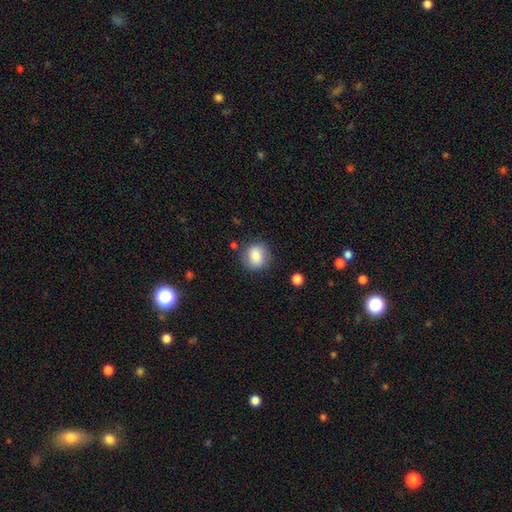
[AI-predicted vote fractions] Smooth or featured: smooth — 83% (star or artifact — 9%)
How rounded: round — 81% (in between — 18%)
Merging: none — 80% (minor disturbance — 13%)